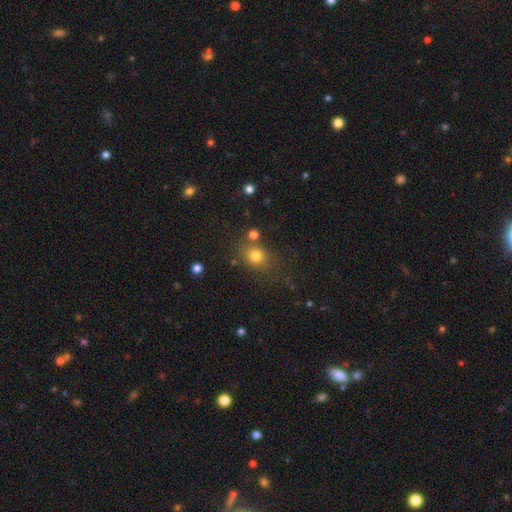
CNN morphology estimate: A smooth galaxy with no disk features (76%) that is round (68%). Merging: none (69%).